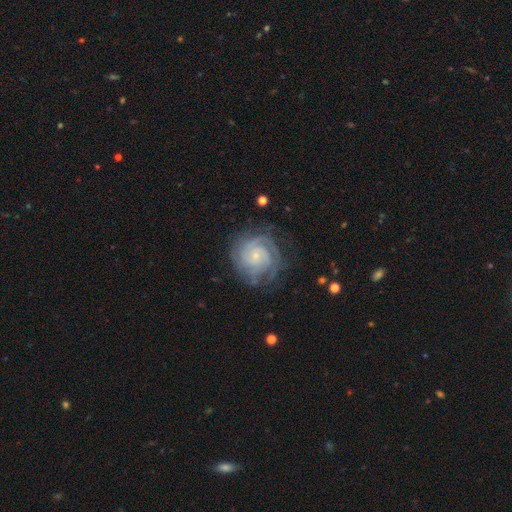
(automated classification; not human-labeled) featured or disk 84%, smooth 10%, star or artifact 6%. Down the decision tree: edge-on disk — no (98%); bar — no (76%); spiral arms — yes (96%); spiral arm count — can't tell (28%); spiral winding — tight (76%); bulge size — small (83%); merging — none (75%).